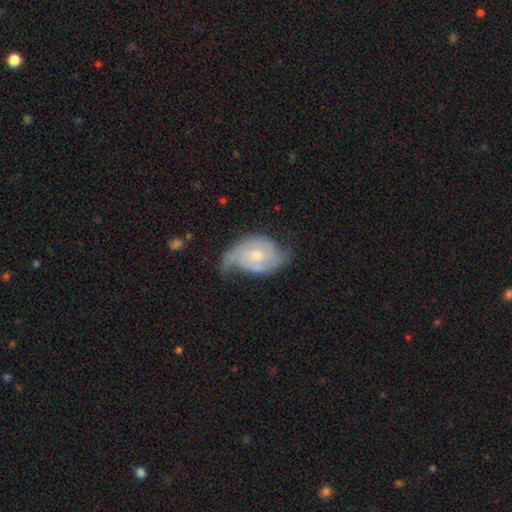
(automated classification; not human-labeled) This is likely a featured or disk galaxy (76%). It is clearly not viewed edge-on (97%). Bar: likely no (70%). Spiral arm pattern: clearly yes (91%). Spiral arm count: likely 2 (71%). Spiral winding: marginally medium (40%). Central bulge: possibly moderate (51%). Merging: possibly none (45%).